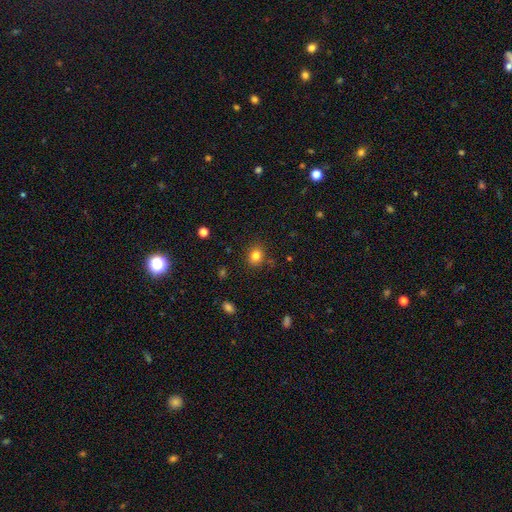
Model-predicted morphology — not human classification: smooth_or_featured: smooth (p=0.81) [alt: star or artifact p=0.12]
how_rounded: round (p=0.64) [alt: in between p=0.35]
merging: none (p=0.85) [alt: minor disturbance p=0.10]